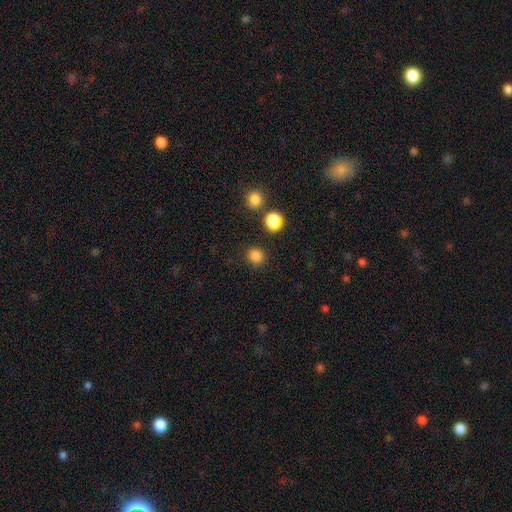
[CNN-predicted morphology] This is clearly a smooth galaxy (83%). How rounded: clearly round (87%). Merging: clearly none (89%).